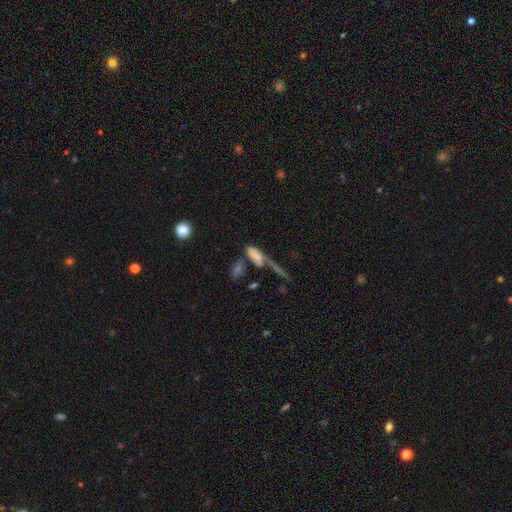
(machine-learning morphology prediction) The model was most divided on "merging": merger: 37%, none: 26%, major disturbance: 23%, minor disturbance: 14%. More confident: how rounded — in between (70%); smooth or featured — smooth (65%).